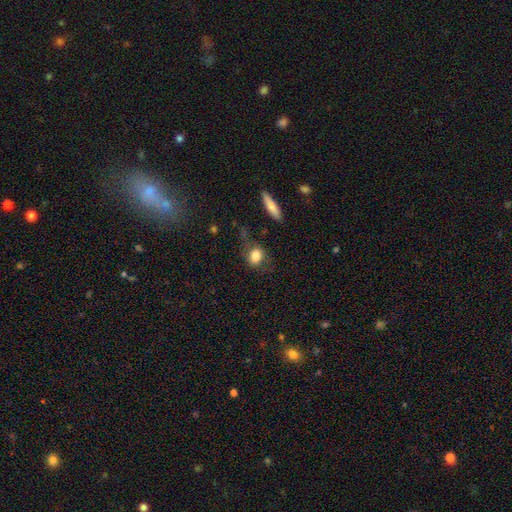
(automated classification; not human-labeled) Q: Smooth or featured?
A: smooth (79%); runner-up: featured or disk (12%)
Q: How rounded?
A: in between (49%); runner-up: round (48%)
Q: Merging?
A: none (60%); runner-up: minor disturbance (23%)